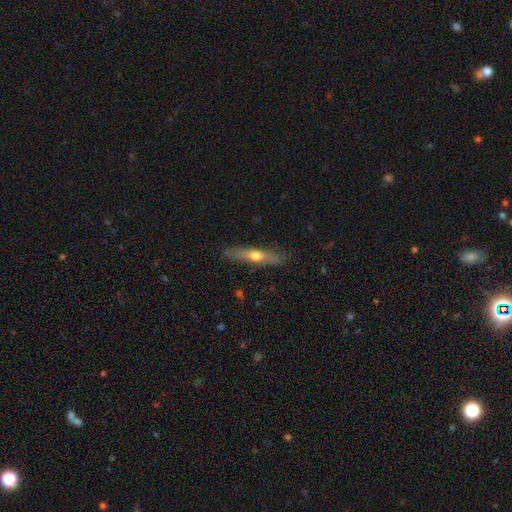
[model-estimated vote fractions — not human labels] Smooth or featured? smooth (49%)
Merging? none (82%)